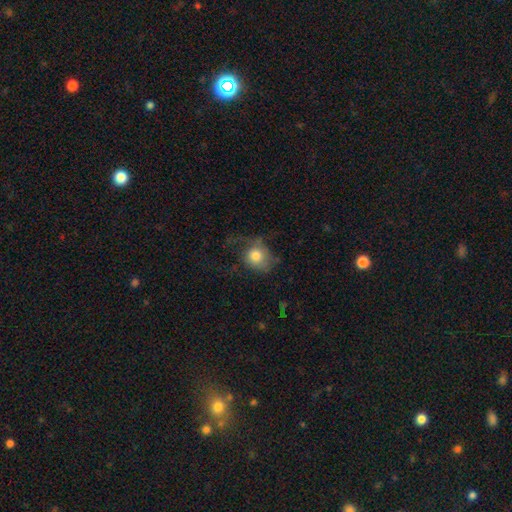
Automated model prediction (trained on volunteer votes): smooth 76%, featured or disk 16%, star or artifact 8%. Down the decision tree: how rounded — round (74%); merging — none (42%).